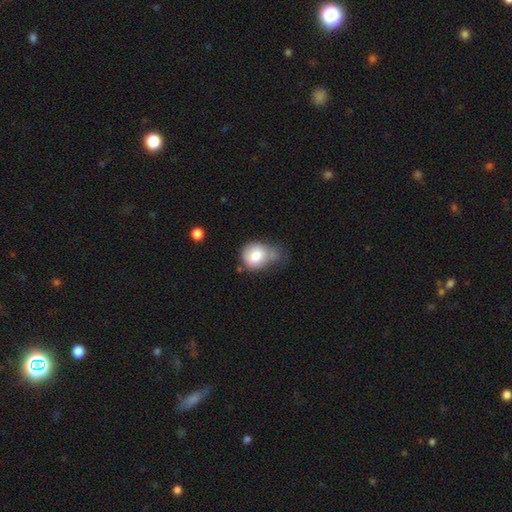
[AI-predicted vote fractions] This is likely a smooth galaxy (78%). How rounded: likely round (61%). Merging: marginally minor disturbance (35%).